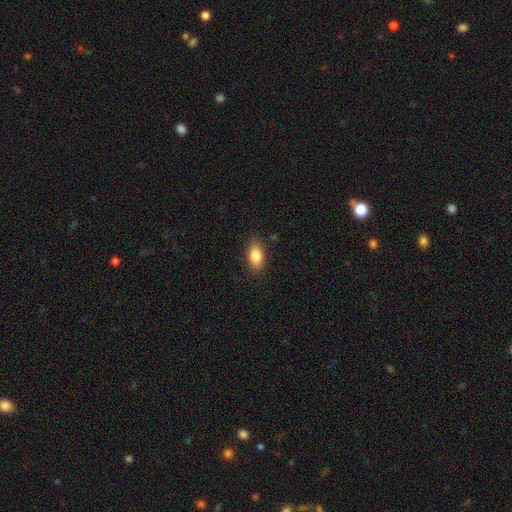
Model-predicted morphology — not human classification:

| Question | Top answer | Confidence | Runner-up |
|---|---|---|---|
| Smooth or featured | smooth | 83% | featured or disk (10%) |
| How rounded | in between | 88% | round (6%) |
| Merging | none | 84% | minor disturbance (12%) |